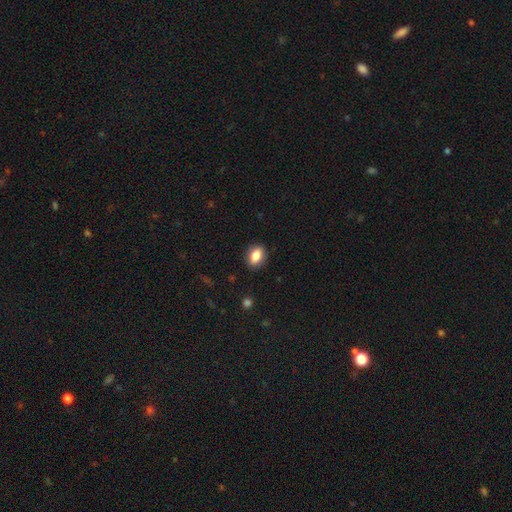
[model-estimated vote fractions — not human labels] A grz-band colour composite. It shows a smooth galaxy with no disk features (80%) that is in between round and cigar-shaped (75%). Merging: none (87%).